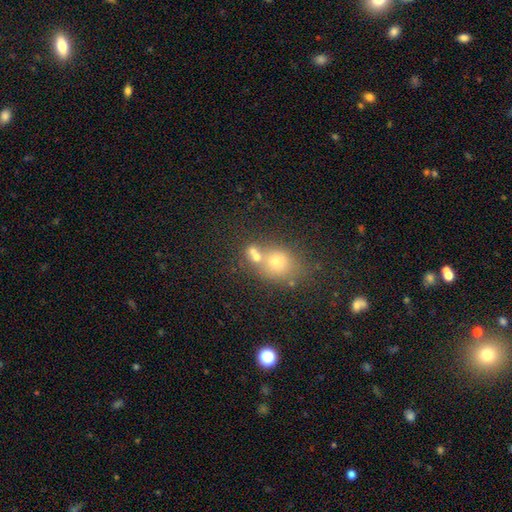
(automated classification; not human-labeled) smooth-or-featured: smooth: 65% | star or artifact: 17% | featured or disk: 17%
  how-rounded: round: 56% | in between: 42% | cigar-shaped: 2%
  merging: merger: 46% | none: 37% | minor disturbance: 11% | major disturbance: 7%